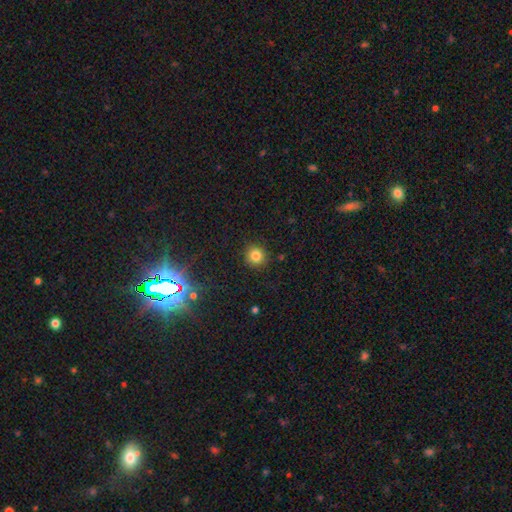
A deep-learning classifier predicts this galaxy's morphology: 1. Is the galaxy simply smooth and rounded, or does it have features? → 81% smooth, 13% star or artifact, 6% featured or disk.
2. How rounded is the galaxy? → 93% round, 6% in between, 1% cigar-shaped.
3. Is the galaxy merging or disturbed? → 90% none, 7% minor disturbance, 2% major disturbance, 1% merger.